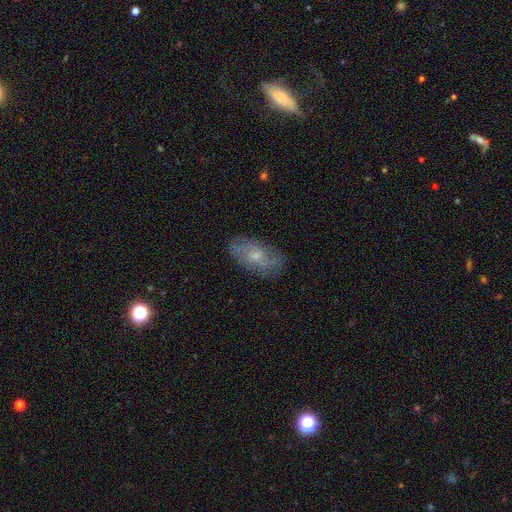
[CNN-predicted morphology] This is possibly a featured or disk galaxy (56%). It is clearly not viewed edge-on (92%). Bar: likely no (67%). Spiral arm pattern: likely yes (76%). Central bulge: possibly small (56%). Merging: likely none (74%).